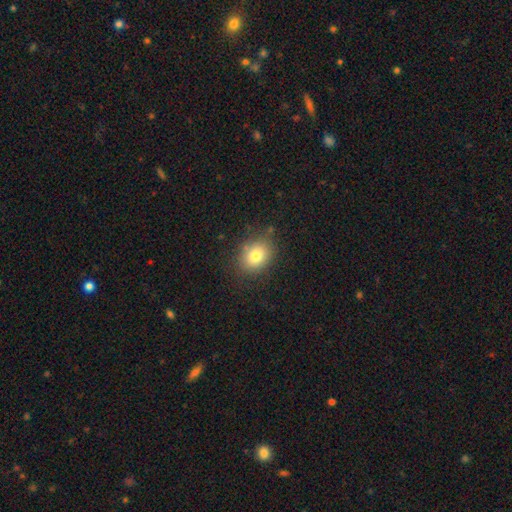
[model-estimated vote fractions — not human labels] Smooth or featured? Predicted: smooth (p=0.80). How rounded? Predicted: in between (p=0.56). Merging? Predicted: none (p=0.81).